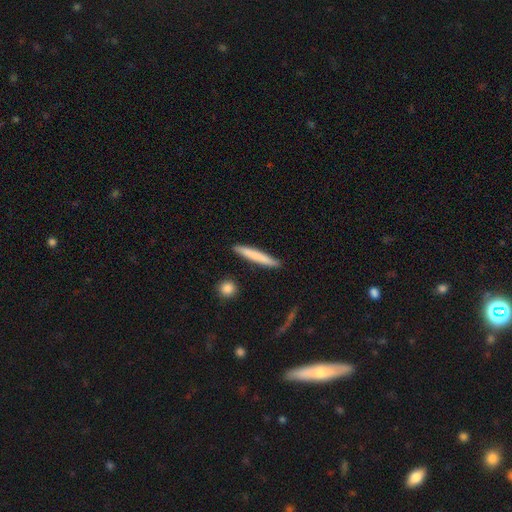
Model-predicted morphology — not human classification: A smooth galaxy with no disk features (75%) that is cigar-shaped (95%).

Vote fractions:
- Smooth or featured? smooth: 75% / featured or disk: 19% / star or artifact: 6%
- How rounded? cigar-shaped: 95% / in between: 4% / round: 1%
- Merging? none: 90% / minor disturbance: 7% / merger: 2% / major disturbance: 1%